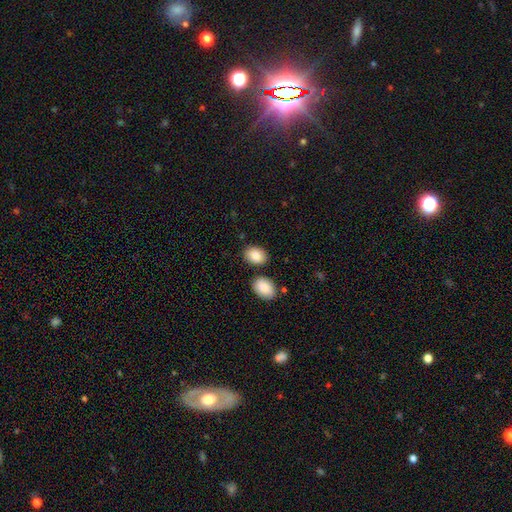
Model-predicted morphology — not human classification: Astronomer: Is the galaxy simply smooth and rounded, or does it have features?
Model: smooth — 85%.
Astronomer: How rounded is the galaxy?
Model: in between — 76%.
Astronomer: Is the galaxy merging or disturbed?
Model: none — 80%.